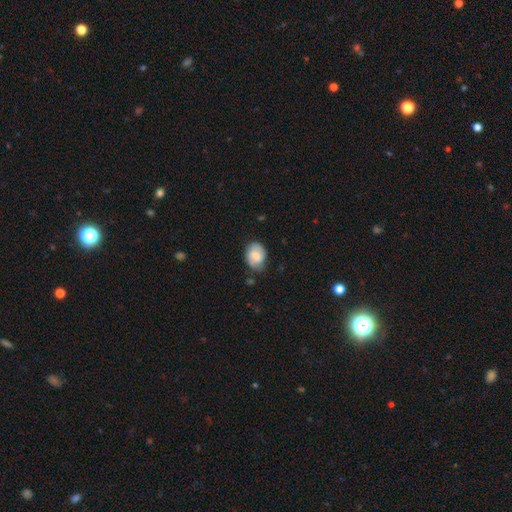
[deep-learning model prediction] This is likely a smooth galaxy (71%). How rounded: likely in between (65%). Merging: likely none (64%).